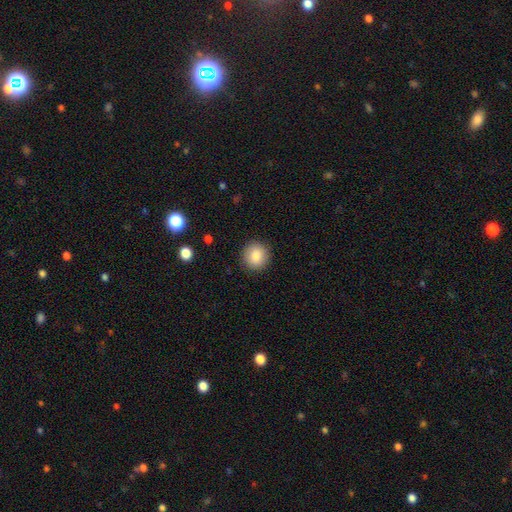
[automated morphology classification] Overall: smooth (84%). How rounded: round (91%). Merging: none (91%).